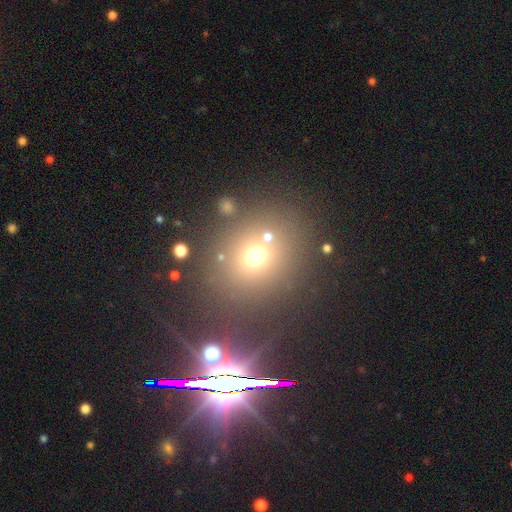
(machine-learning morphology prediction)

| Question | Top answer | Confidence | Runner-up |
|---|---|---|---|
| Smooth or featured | smooth | 64% | star or artifact (24%) |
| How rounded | round | 74% | in between (25%) |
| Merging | none | 71% | merger (12%) |